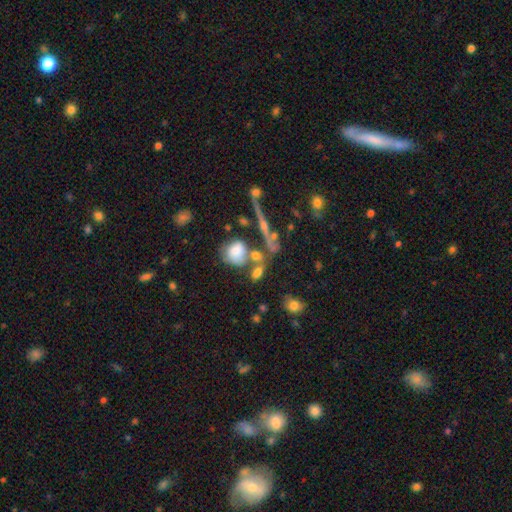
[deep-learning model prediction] A smooth galaxy with no disk features (59%) that is round (44%, tied with in between).

Vote fractions:
- Smooth or featured? smooth: 59% / featured or disk: 26% / star or artifact: 15%
- How rounded? round: 44% (tied) / in between: 44% (tied) / cigar-shaped: 11%
- Merging? none: 43% / merger: 32% / minor disturbance: 15% / major disturbance: 10%